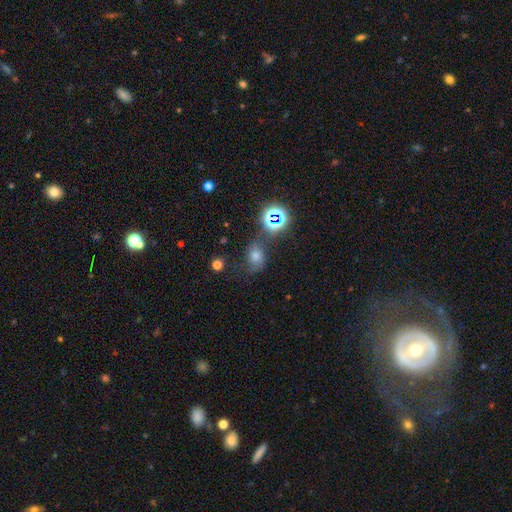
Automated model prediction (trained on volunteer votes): smooth 48%, star or artifact 32%, featured or disk 21%. Down the decision tree: merging — none (59%).